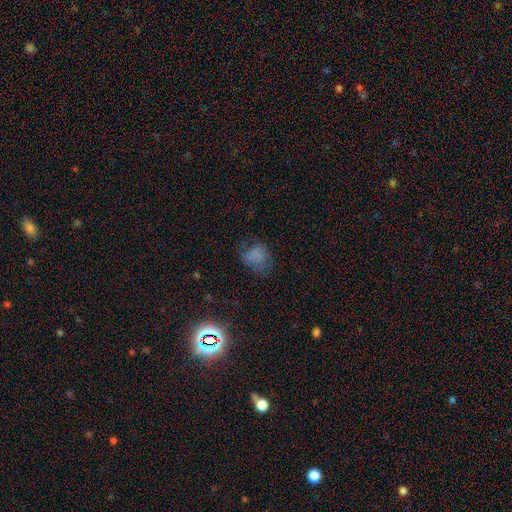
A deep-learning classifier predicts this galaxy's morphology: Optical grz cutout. It shows a smooth galaxy with no disk features (63%) that is round (51%). Merging: none (47%).